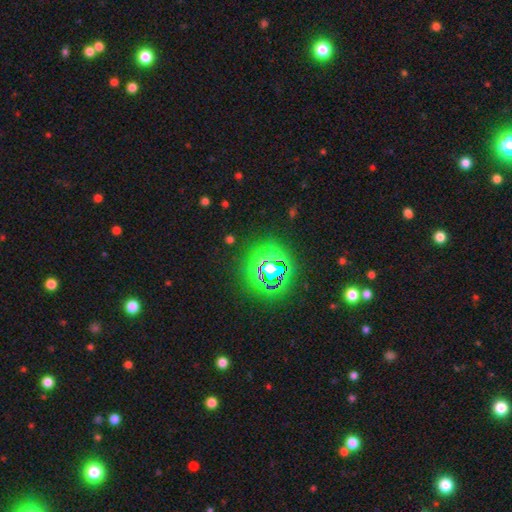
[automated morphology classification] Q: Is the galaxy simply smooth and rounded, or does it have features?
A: star or artifact — 81%.